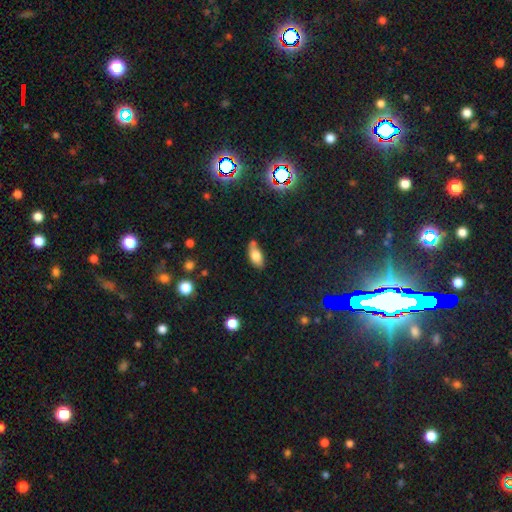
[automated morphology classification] smooth_or_featured: smooth (p=0.76) [alt: featured or disk p=0.15]
how_rounded: in between (p=0.89) [alt: cigar-shaped p=0.07]
merging: none (p=0.56) [alt: minor disturbance p=0.27]